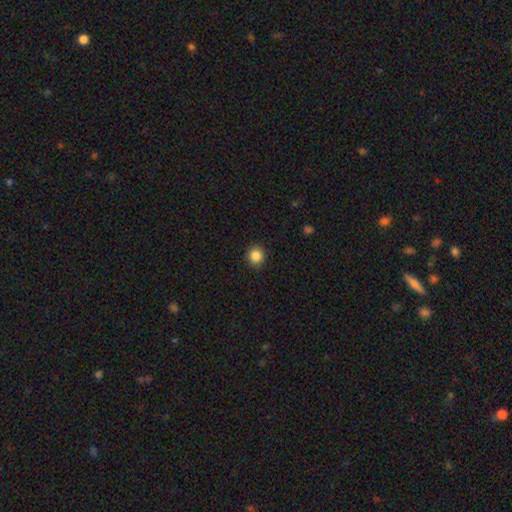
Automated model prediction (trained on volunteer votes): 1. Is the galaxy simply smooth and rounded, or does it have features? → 86% smooth, 10% star or artifact, 4% featured or disk.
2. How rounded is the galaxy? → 91% round, 9% in between, 1% cigar-shaped.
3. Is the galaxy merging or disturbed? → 92% none, 6% minor disturbance, 2% major disturbance, 1% merger.